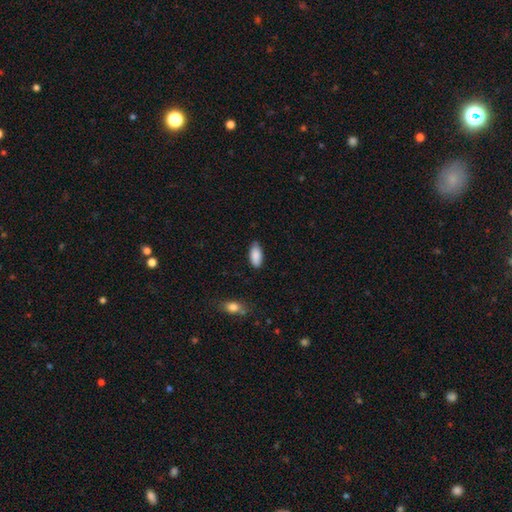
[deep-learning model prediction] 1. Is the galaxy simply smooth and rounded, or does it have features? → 89% smooth, 6% star or artifact, 5% featured or disk.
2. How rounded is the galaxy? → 90% in between, 8% cigar-shaped, 2% round.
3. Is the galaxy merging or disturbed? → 80% none, 16% minor disturbance, 3% major disturbance, 1% merger.